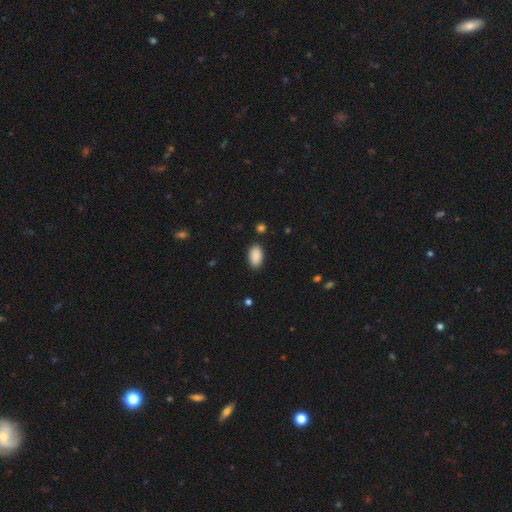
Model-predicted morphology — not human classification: smooth-or-featured: smooth: 90% | star or artifact: 7% | featured or disk: 3%
  how-rounded: in between: 95% | round: 3% | cigar-shaped: 2%
  merging: none: 87% | minor disturbance: 9% | major disturbance: 2% | merger: 1%